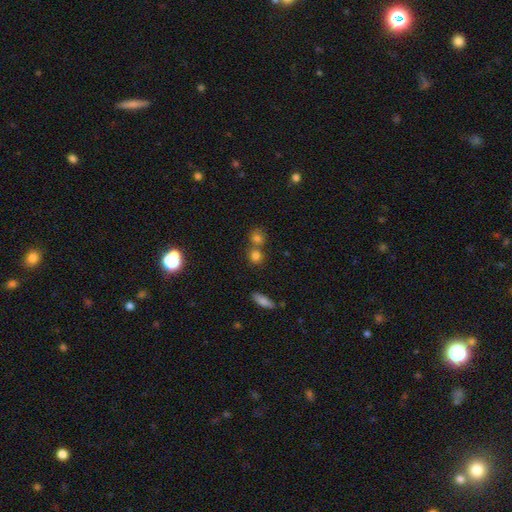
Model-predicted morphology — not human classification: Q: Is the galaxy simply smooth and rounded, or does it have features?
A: smooth — 76%.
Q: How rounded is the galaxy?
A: round — 83%.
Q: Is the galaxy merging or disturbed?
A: none — 52%.